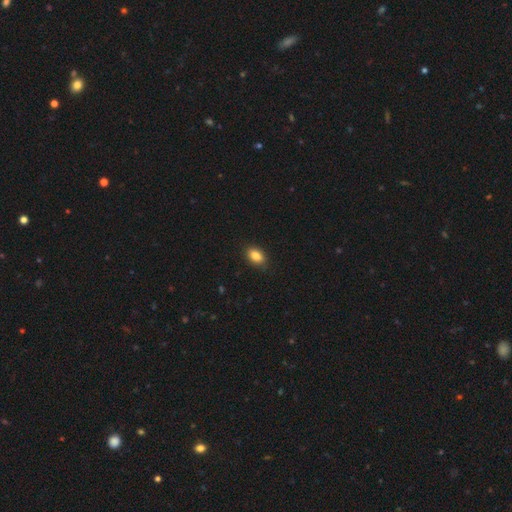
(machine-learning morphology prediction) A smooth galaxy with no disk features (86%) that is in between round and cigar-shaped (87%). Merging: none (88%).